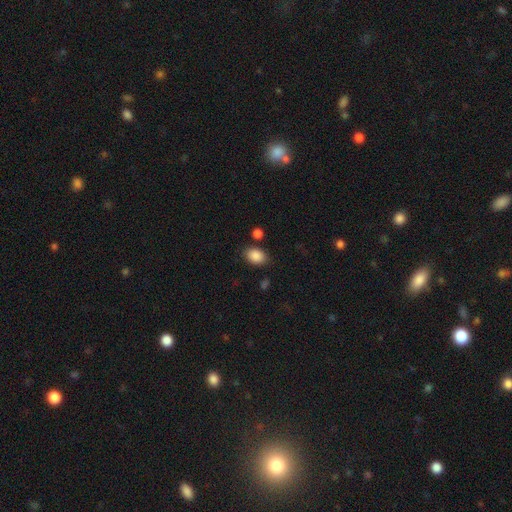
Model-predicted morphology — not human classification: A smooth galaxy with no disk features (88%) that is in between round and cigar-shaped (77%).

Vote fractions:
- Smooth or featured? smooth: 88% / star or artifact: 8% / featured or disk: 4%
- How rounded? in between: 77% / round: 22% / cigar-shaped: 1%
- Merging? none: 80% / minor disturbance: 11% / merger: 5% / major disturbance: 4%